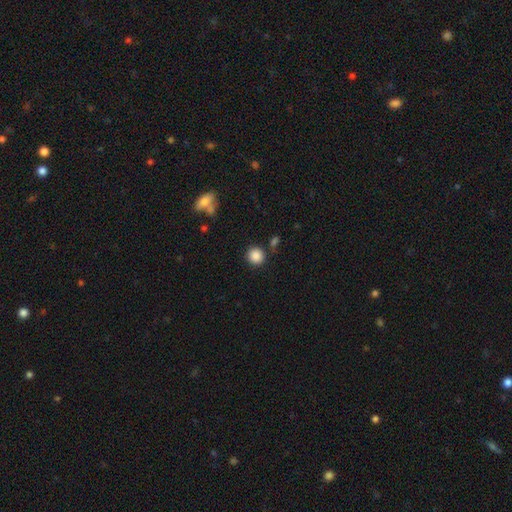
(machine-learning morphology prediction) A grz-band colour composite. It shows a smooth galaxy with no disk features (87%) that is round (92%). Merging: none (85%).